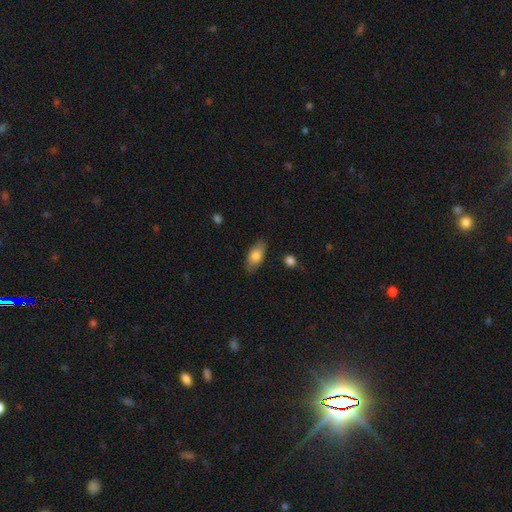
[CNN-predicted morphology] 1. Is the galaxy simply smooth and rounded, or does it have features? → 77% smooth, 16% featured or disk, 6% star or artifact.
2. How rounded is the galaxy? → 88% in between, 9% cigar-shaped, 3% round.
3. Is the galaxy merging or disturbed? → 82% none, 13% minor disturbance, 3% major disturbance, 2% merger.